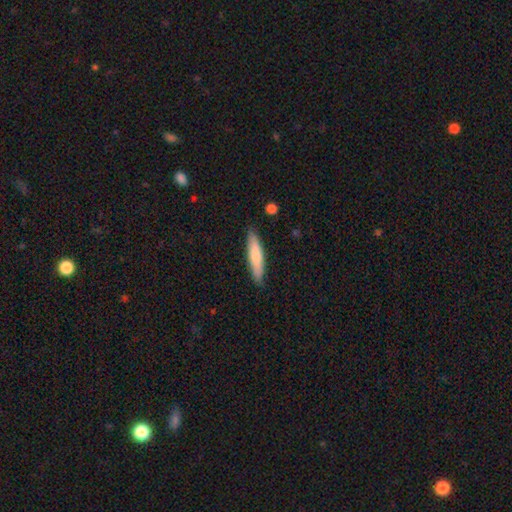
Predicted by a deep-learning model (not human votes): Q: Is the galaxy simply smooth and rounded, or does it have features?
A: smooth — 76%.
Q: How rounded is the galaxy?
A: cigar-shaped — 83%.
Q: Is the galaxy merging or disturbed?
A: none — 87%.